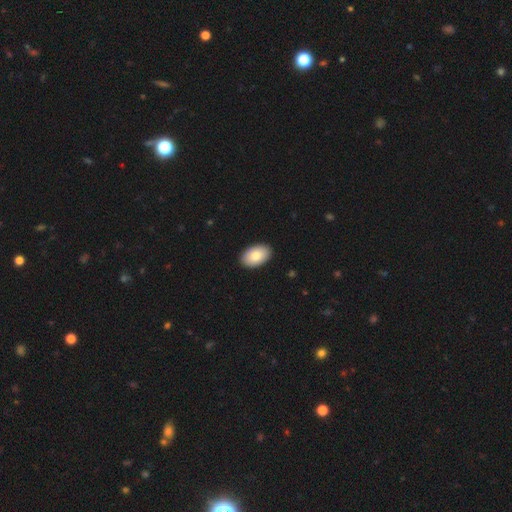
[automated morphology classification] type=smooth (83%); roundness=in between (93%); merging=none (91%).